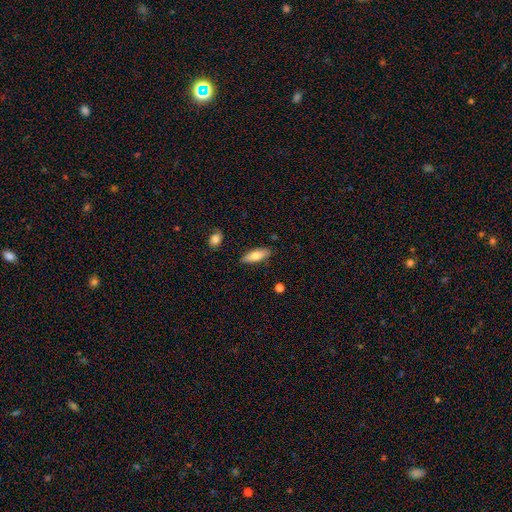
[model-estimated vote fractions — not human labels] Q: Smooth or featured?
A: smooth (76%); runner-up: featured or disk (18%)
Q: How rounded?
A: in between (63%); runner-up: cigar-shaped (35%)
Q: Merging?
A: none (83%); runner-up: minor disturbance (13%)